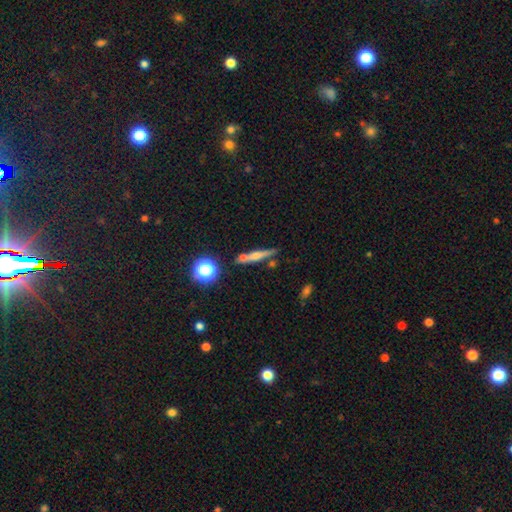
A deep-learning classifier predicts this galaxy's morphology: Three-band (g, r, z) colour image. It shows a smooth galaxy with no disk features (45%). Merging: none (68%).